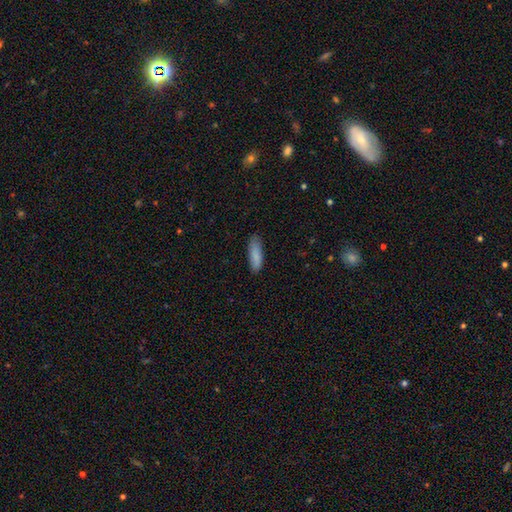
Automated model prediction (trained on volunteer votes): Morphology: type=smooth (87%); roundness=in between (51%); merging=none (78%).